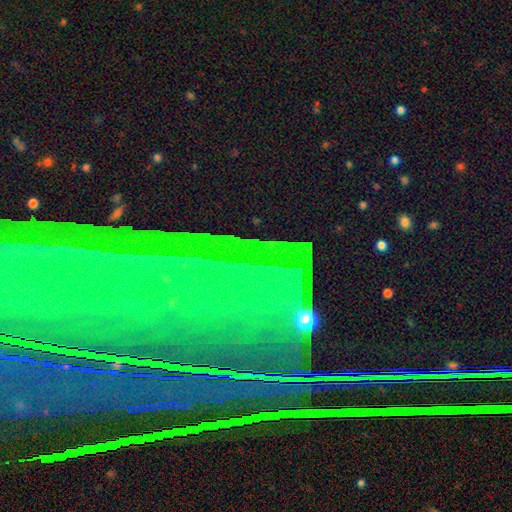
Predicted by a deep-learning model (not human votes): A star or artifact, not a galaxy (84%).

Vote fractions:
- Smooth or featured? star or artifact: 84% / featured or disk: 9% / smooth: 7%